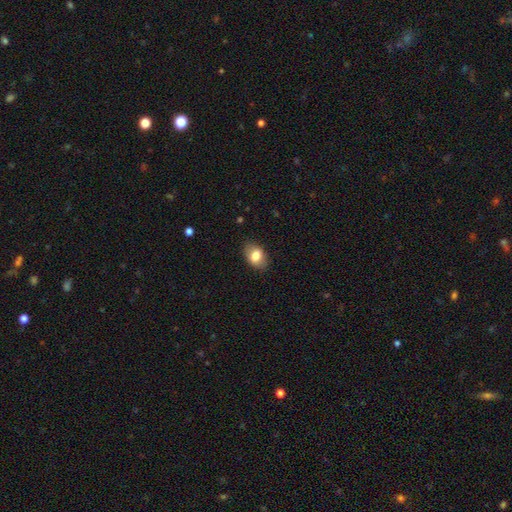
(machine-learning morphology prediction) Overall: smooth (78%). How rounded: in between (84%). Merging: none (83%).